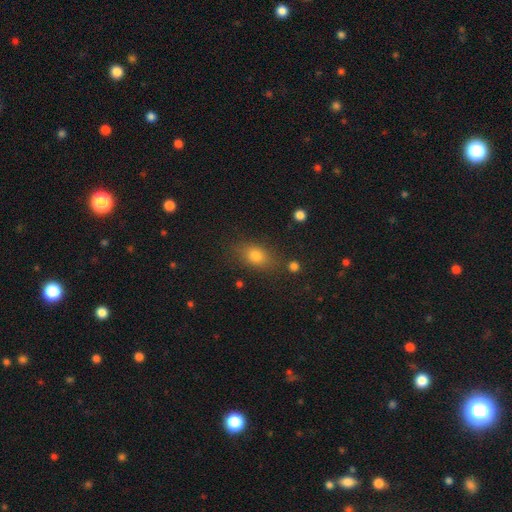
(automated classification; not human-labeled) Overall: smooth (76%). How rounded: in between (75%). Merging: none (78%).